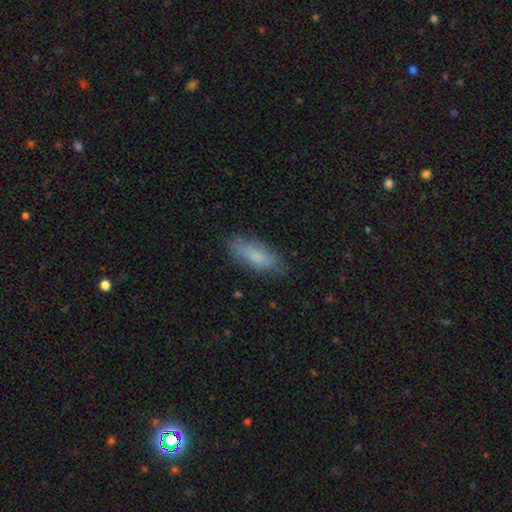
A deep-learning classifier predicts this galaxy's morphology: Q: Smooth or featured?
A: smooth (79%); runner-up: featured or disk (14%)
Q: How rounded?
A: in between (66%); runner-up: cigar-shaped (32%)
Q: Merging?
A: none (78%); runner-up: minor disturbance (17%)